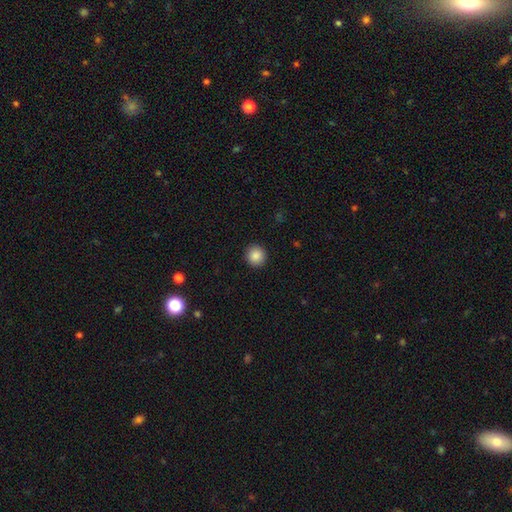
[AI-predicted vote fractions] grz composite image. It shows a smooth galaxy with no disk features (88%) that is round (94%). Merging: none (93%).